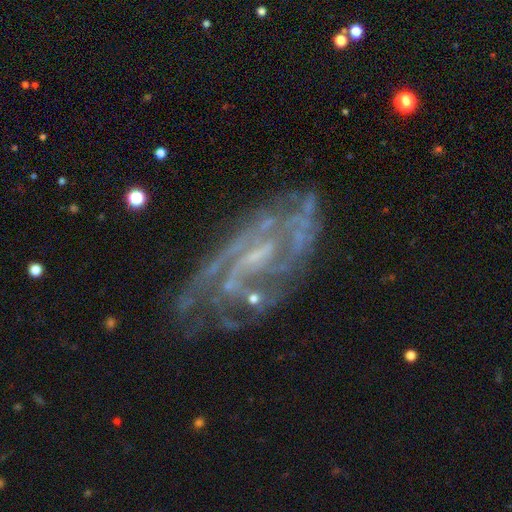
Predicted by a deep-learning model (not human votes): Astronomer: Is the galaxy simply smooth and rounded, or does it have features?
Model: featured or disk — 85%.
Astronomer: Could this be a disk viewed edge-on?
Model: no — 93%.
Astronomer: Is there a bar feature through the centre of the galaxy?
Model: weak — 47% (runner-up: no, 36%).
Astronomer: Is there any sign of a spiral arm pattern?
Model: yes — 90%.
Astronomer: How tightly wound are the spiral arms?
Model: tight — 50% (runner-up: medium, 38%).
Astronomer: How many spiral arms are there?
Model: can't tell — 38% (runner-up: 2, 27%).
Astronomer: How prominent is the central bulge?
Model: small — 51% (runner-up: none, 30%).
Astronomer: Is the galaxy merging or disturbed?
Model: none — 66%.